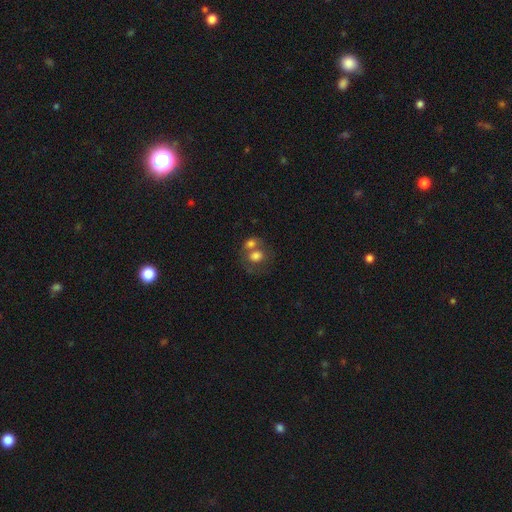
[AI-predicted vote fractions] Morphology: type=smooth (70%); roundness=round (55%); merging=merger (56%).